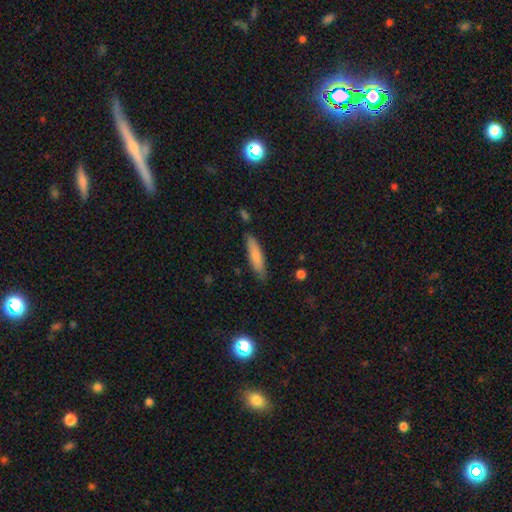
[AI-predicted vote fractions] Smooth or featured? smooth (77%)
How rounded? cigar-shaped (78%)
Merging? none (81%)